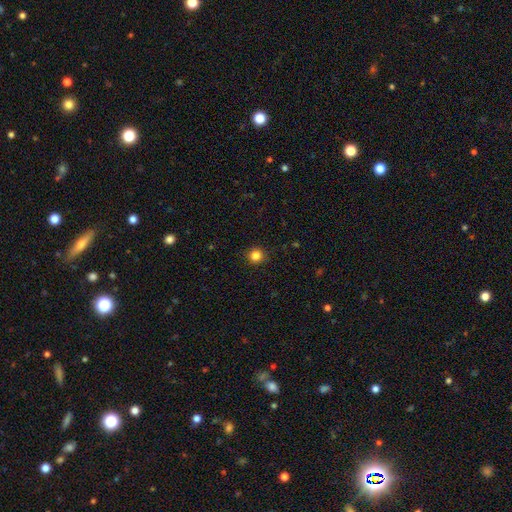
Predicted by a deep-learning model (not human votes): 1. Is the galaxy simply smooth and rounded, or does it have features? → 83% smooth, 12% star or artifact, 4% featured or disk.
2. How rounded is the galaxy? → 94% round, 5% in between, 1% cigar-shaped.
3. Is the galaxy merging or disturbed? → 92% none, 5% minor disturbance, 2% major disturbance, 1% merger.